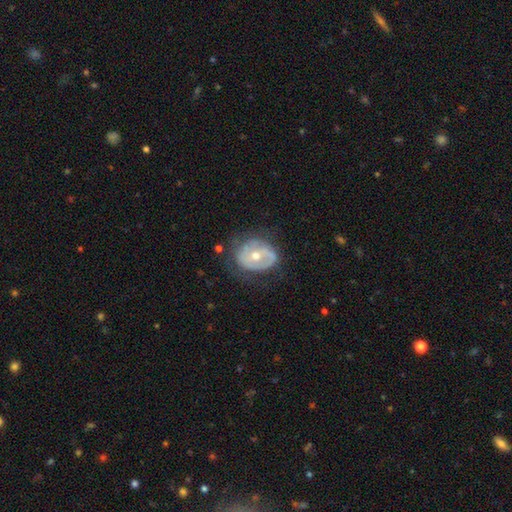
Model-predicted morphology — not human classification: Smooth or featured?
  - featured or disk: 69% *
  - smooth: 24%
  - star or artifact: 7%
Edge-on disk?
  - no: 96% *
  - yes: 4%
Bar?
  - no: 56% *
  - weak: 30%
  - strong: 15%
Spiral arms?
  - yes: 61% *
  - no: 39%
Bulge size?
  - moderate: 59% *
  - small: 37%
  - large: 2%
  - none: 1%
  - dominant: 1%
Merging?
  - none: 56% *
  - minor disturbance: 27%
  - major disturbance: 15%
  - merger: 2%